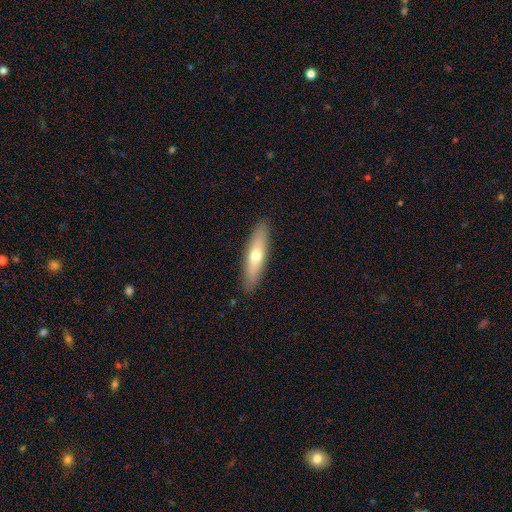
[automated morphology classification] The model was most divided on "smooth or featured": smooth: 57%, featured or disk: 37%, star or artifact: 6%. More confident: merging — none (89%); how rounded — cigar-shaped (73%).